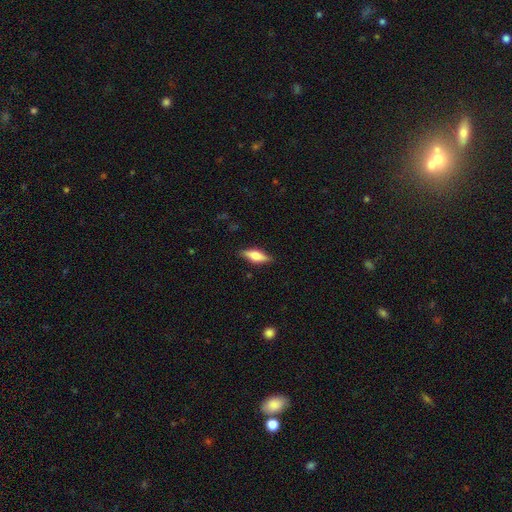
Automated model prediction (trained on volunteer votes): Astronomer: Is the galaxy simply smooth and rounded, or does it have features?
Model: featured or disk — 47%, tied with smooth at 47%.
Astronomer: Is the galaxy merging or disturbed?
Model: none — 85%.